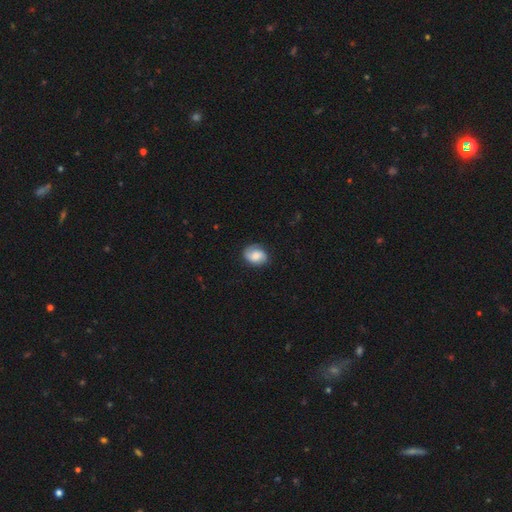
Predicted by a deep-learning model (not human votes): The model was most divided on "smooth or featured": smooth: 50%, featured or disk: 41%, star or artifact: 8%. More confident: merging — none (75%); how rounded — in between (56%).